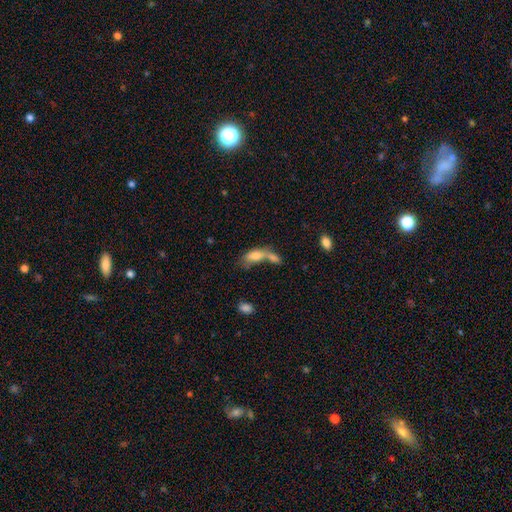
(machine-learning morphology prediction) Smooth or featured: smooth — 72% (featured or disk — 18%)
How rounded: in between — 80% (cigar-shaped — 15%)
Merging: merger — 63% (none — 18%)